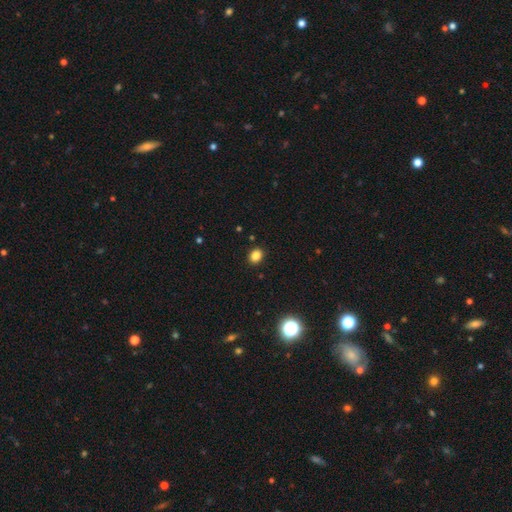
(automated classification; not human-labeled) The model was most divided on "how rounded": round: 53%, in between: 46%, cigar-shaped: 1%. More confident: merging — none (90%); smooth or featured — smooth (84%).